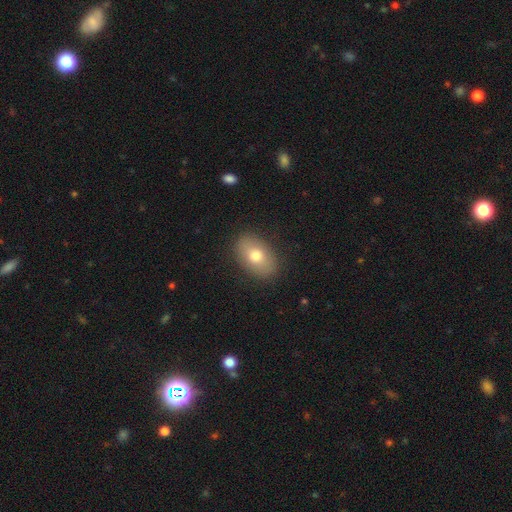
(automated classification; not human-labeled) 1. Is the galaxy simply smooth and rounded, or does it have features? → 73% smooth, 19% featured or disk, 8% star or artifact.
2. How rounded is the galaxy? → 88% in between, 11% round, 1% cigar-shaped.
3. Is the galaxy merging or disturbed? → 86% none, 10% minor disturbance, 3% major disturbance, 1% merger.